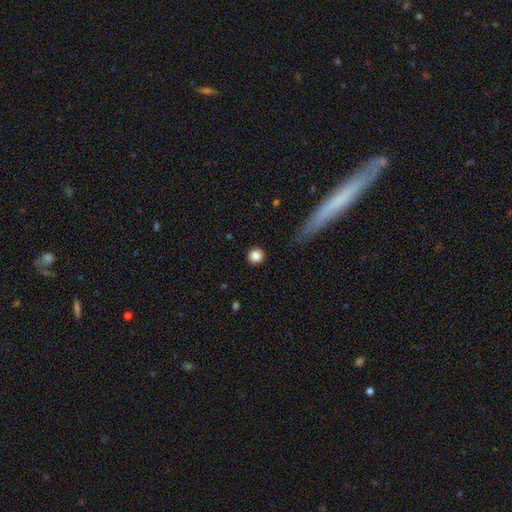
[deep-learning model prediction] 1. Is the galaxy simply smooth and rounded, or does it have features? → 85% smooth, 10% star or artifact, 5% featured or disk.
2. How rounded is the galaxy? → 94% round, 5% in between, 1% cigar-shaped.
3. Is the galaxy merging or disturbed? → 91% none, 6% minor disturbance, 2% major disturbance, 1% merger.